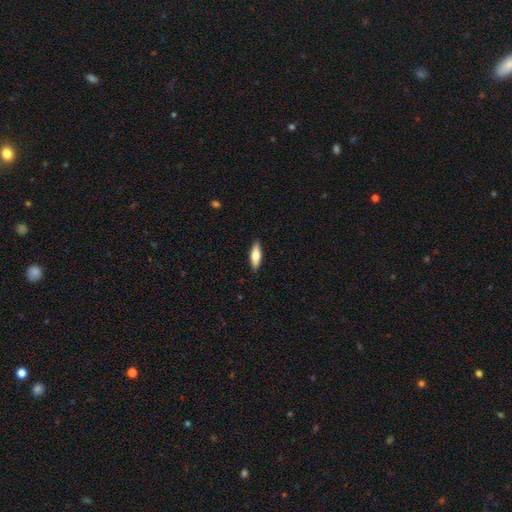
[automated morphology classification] smooth-or-featured: smooth: 65% | featured or disk: 29% | star or artifact: 6%
  how-rounded: in between: 56% | cigar-shaped: 41% | round: 2%
  merging: none: 90% | minor disturbance: 8% | major disturbance: 2% | merger: 1%